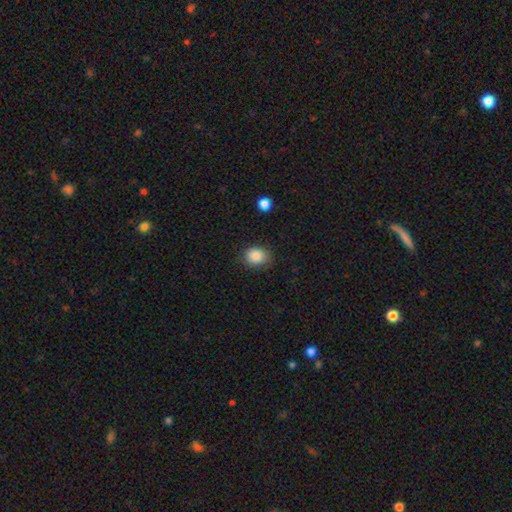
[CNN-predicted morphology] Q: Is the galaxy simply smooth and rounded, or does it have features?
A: smooth — 87%.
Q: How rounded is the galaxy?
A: round — 58%.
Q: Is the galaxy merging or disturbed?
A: none — 79%.